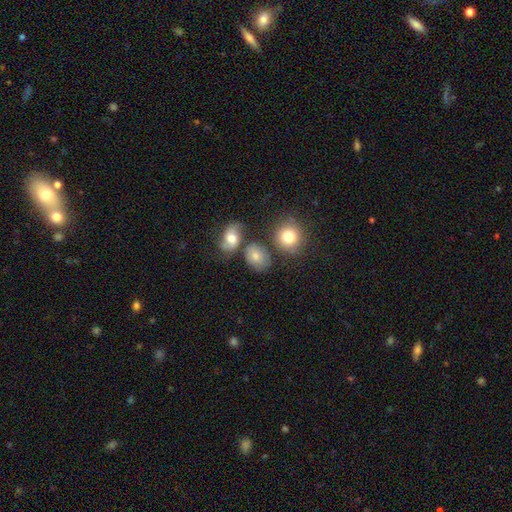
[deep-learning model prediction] A smooth galaxy with no disk features (69%) that is in between round and cigar-shaped (56%).

Vote fractions:
- Smooth or featured? smooth: 69% / featured or disk: 19% / star or artifact: 12%
- How rounded? in between: 56% / round: 42% / cigar-shaped: 1%
- Merging? none: 58% / minor disturbance: 18% / merger: 16% / major disturbance: 7%